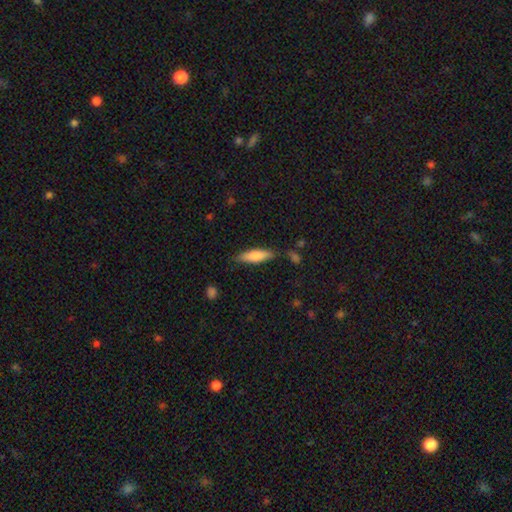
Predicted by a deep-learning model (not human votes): Overall: smooth (74%). How rounded: cigar-shaped (61%; in between 38%). Merging: none (77%).